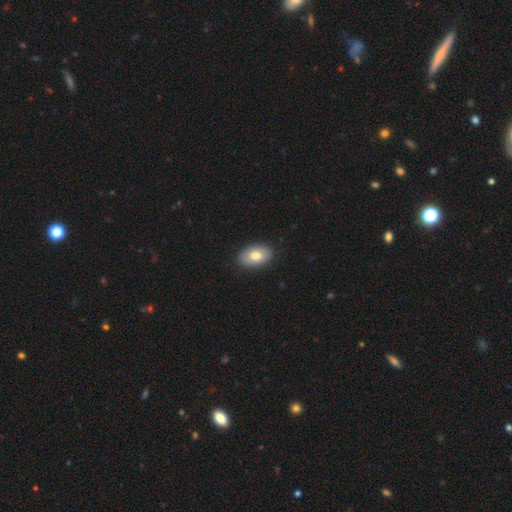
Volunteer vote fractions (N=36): A smooth galaxy with no disk features (81%) that is in between round and cigar-shaped (97%). Merging: none (97%).